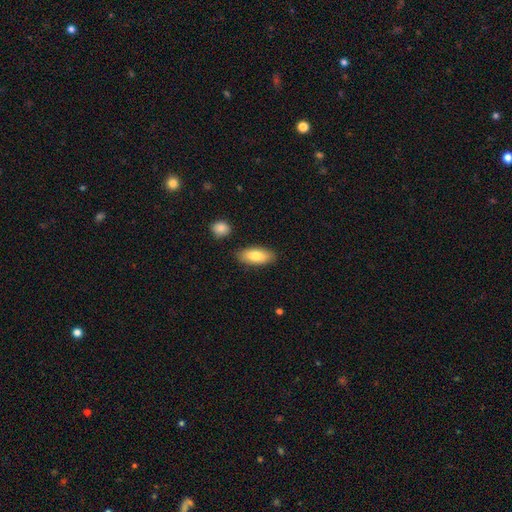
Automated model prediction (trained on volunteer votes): smooth-or-featured: smooth: 80% | featured or disk: 14% | star or artifact: 6%
  how-rounded: in between: 86% | cigar-shaped: 11% | round: 3%
  merging: none: 84% | minor disturbance: 10% | merger: 3% | major disturbance: 2%